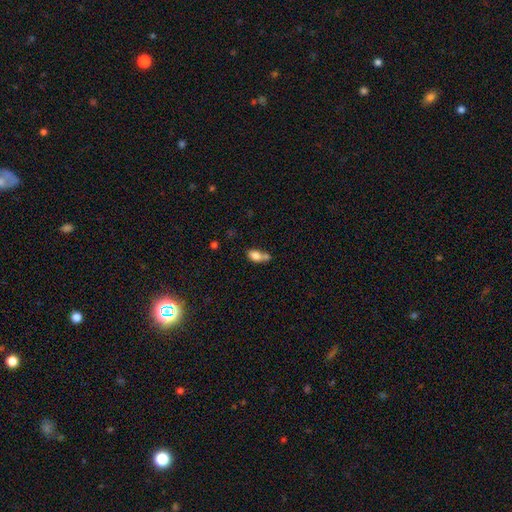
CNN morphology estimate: smooth-or-featured: smooth: 77% | featured or disk: 14% | star or artifact: 9%
  how-rounded: in between: 81% | round: 13% | cigar-shaped: 5%
  merging: merger: 42% | none: 31% | minor disturbance: 19% | major disturbance: 9%